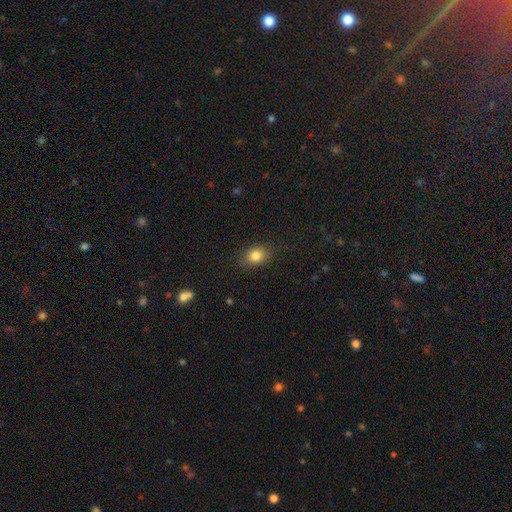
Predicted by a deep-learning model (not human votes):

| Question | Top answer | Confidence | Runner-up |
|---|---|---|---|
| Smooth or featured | smooth | 82% | star or artifact (10%) |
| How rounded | in between | 58% | round (41%) |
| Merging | none | 84% | minor disturbance (12%) |